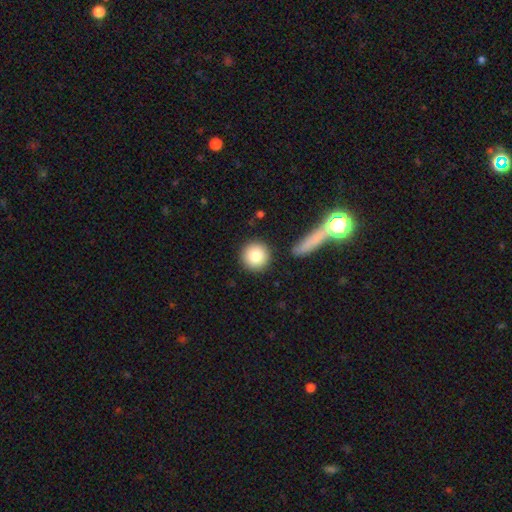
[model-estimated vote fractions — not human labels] Overall: smooth (81%). How rounded: round (94%). Merging: none (88%).